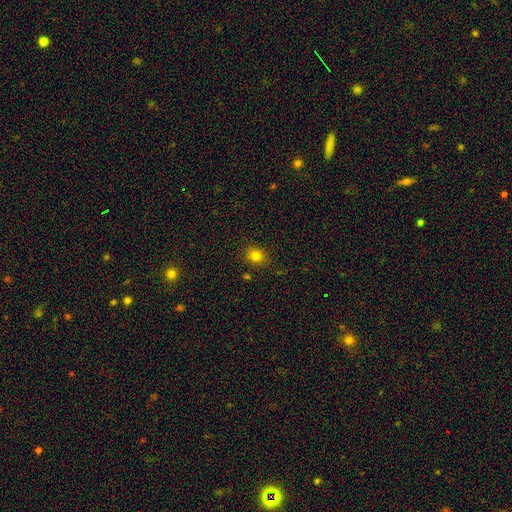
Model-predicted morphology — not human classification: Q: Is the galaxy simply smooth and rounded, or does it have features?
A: smooth — 80%.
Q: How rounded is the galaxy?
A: round — 71%.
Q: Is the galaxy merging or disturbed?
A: none — 86%.